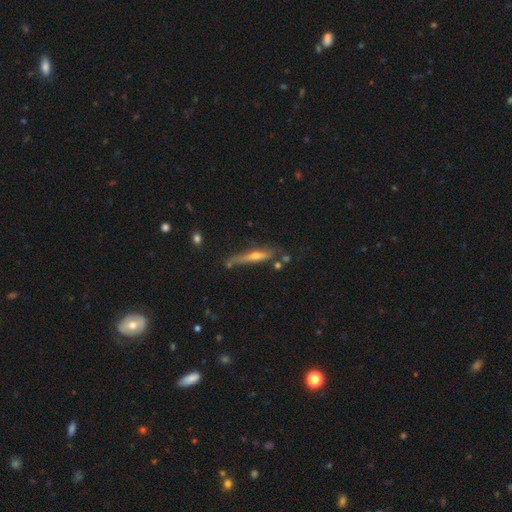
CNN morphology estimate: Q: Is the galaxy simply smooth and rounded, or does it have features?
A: featured or disk — 63%.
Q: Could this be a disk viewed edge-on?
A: yes — 89%.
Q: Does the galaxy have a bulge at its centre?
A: rounded — 78%.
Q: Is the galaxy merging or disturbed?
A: none — 59%.